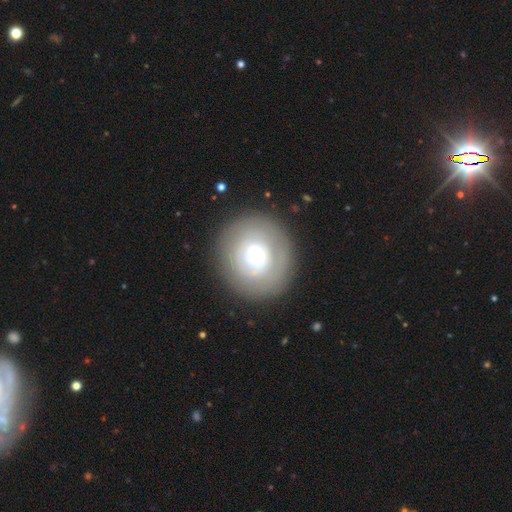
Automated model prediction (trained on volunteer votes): Morphology: type=smooth (49%); merging=none (85%).